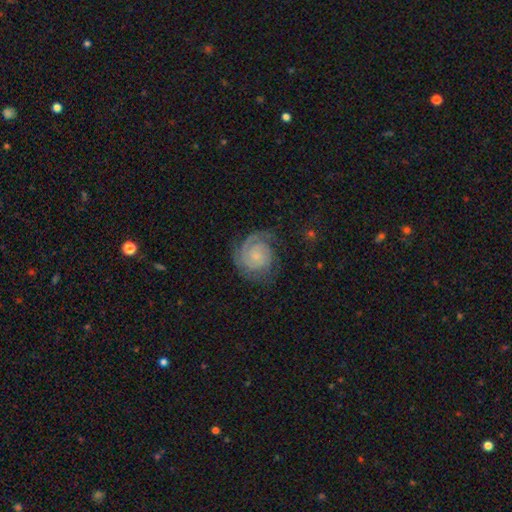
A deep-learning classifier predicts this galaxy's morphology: Smooth or featured? featured or disk (80%)
Edge-on disk? no (98%)
Bar? no (72%)
Spiral arms? yes (97%)
Spiral winding? tight (69%)
Spiral arm count? 2 (41%)
Bulge size? small (69%)
Merging? none (71%)